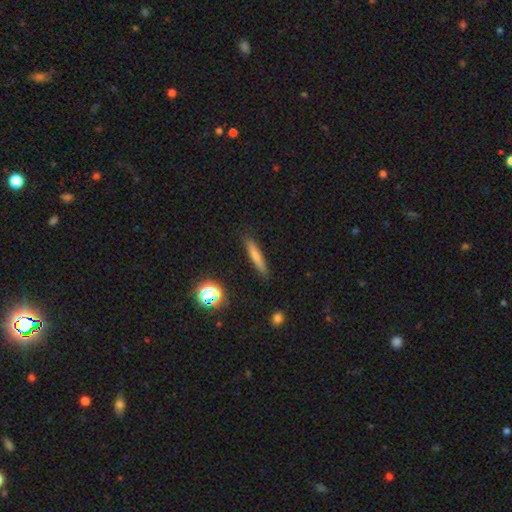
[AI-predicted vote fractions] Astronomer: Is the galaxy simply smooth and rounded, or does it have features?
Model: smooth — 69%.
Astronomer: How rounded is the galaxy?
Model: cigar-shaped — 90%.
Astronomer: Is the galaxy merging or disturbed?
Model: none — 86%.